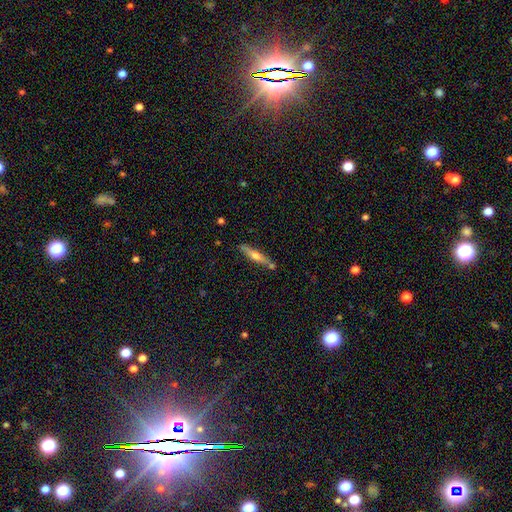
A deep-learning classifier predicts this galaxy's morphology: Smooth or featured? featured or disk (55%)
Edge-on disk? yes (94%)
Edge-on bulge? rounded (85%)
Merging? none (76%)